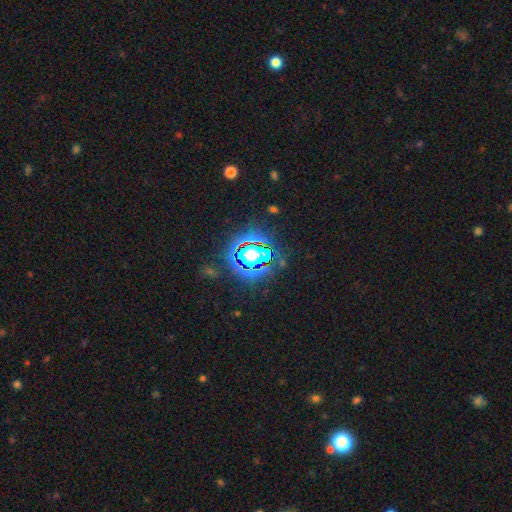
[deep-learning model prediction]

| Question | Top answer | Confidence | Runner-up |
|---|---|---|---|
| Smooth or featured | star or artifact | 67% | smooth (22%) |